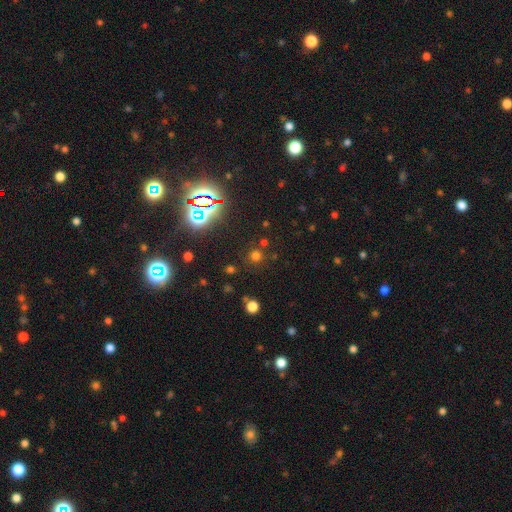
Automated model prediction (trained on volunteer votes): Smooth or featured? smooth (58%)
How rounded? round (92%)
Merging? none (82%)